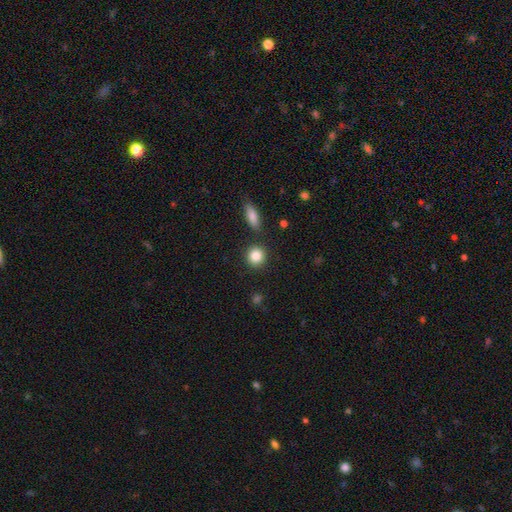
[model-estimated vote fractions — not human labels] Smooth or featured? Predicted: smooth (p=0.86). How rounded? Predicted: round (p=0.87). Merging? Predicted: none (p=0.86).